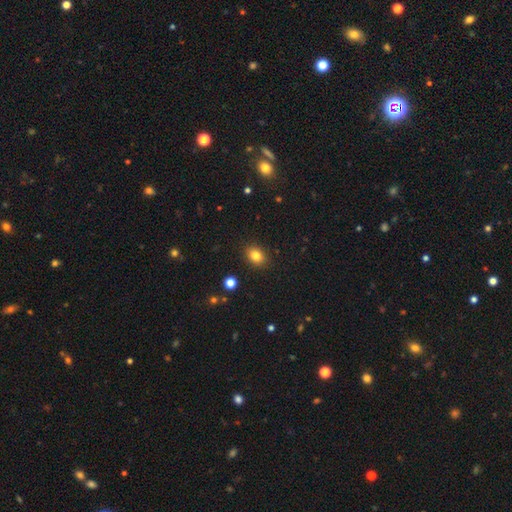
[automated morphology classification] Smooth or featured?
  - smooth: 83% *
  - star or artifact: 11%
  - featured or disk: 6%
How rounded?
  - in between: 60% *
  - round: 39%
  - cigar-shaped: 1%
Merging?
  - none: 89% *
  - minor disturbance: 8%
  - major disturbance: 2%
  - merger: 1%